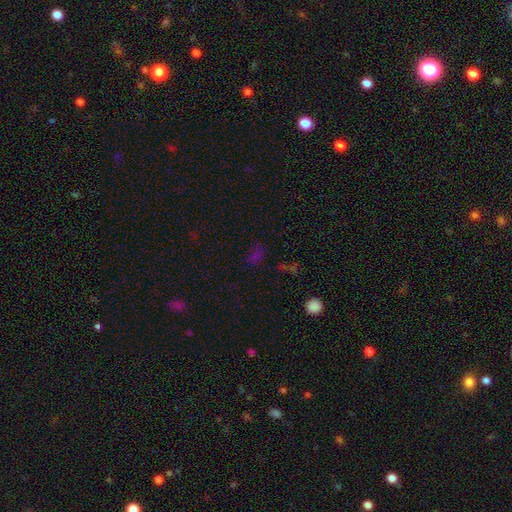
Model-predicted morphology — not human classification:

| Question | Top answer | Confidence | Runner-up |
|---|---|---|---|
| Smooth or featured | star or artifact | 47% | smooth (45%) |